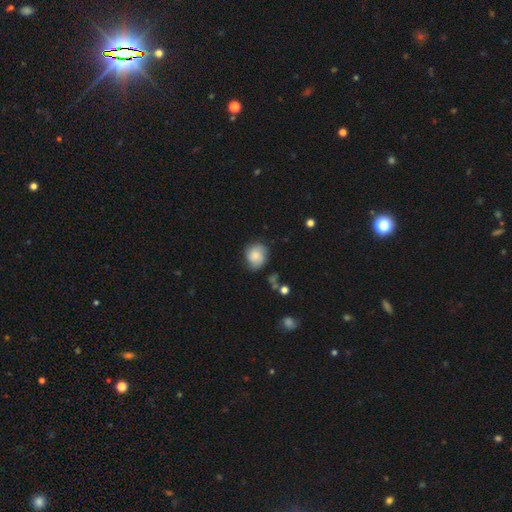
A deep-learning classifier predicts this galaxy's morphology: Smooth or featured: smooth — 68% (featured or disk — 24%)
How rounded: round — 71% (in between — 28%)
Merging: none — 67% (minor disturbance — 24%)